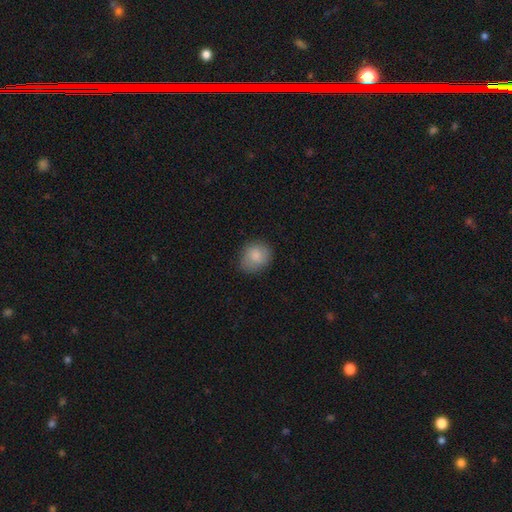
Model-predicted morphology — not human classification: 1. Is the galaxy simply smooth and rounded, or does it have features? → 82% smooth, 10% featured or disk, 7% star or artifact.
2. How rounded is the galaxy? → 67% round, 32% in between, 1% cigar-shaped.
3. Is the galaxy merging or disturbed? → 73% none, 21% minor disturbance, 5% major disturbance, 1% merger.